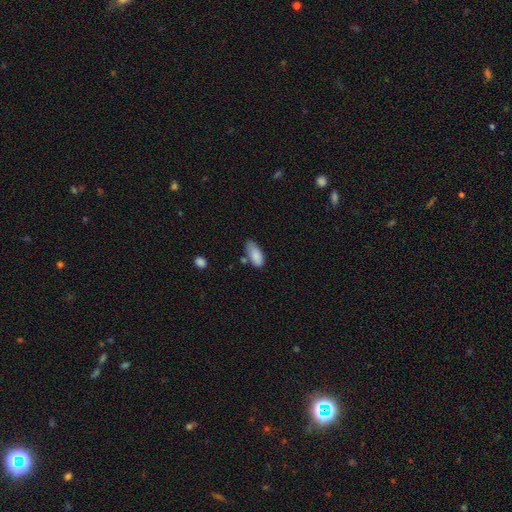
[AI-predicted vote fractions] Smooth or featured? Predicted: smooth (p=0.86). How rounded? Predicted: in between (p=0.86). Merging? Predicted: none (p=0.51).